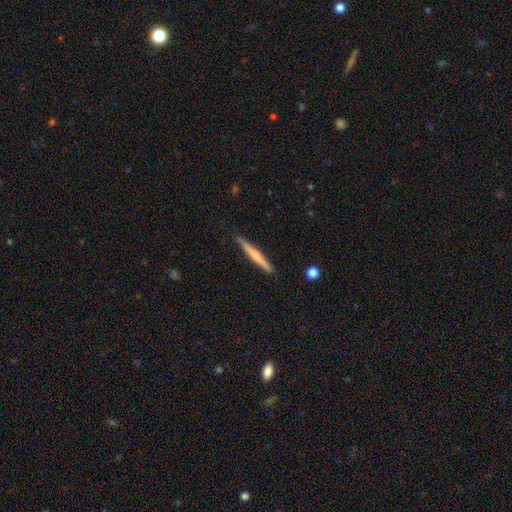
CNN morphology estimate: featured or disk 48%, smooth 46%, star or artifact 6%. Down the decision tree: merging — none (88%).